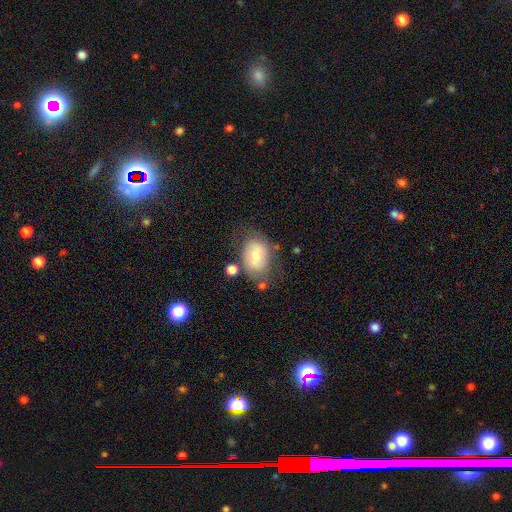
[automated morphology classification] A smooth galaxy with no disk features (62%) that is in between round and cigar-shaped (80%). Merging: none (56%).